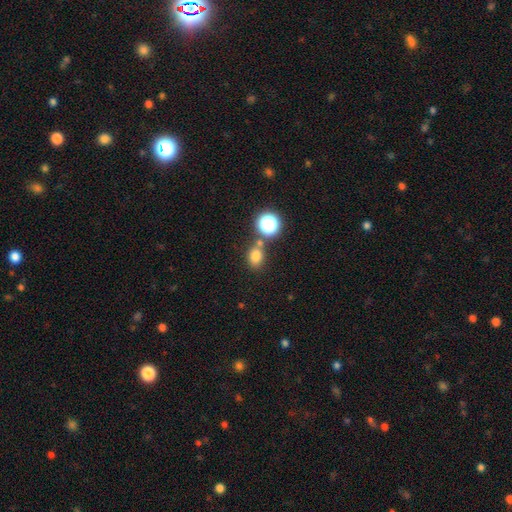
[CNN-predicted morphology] The model was most divided on "how rounded": round: 50%, in between: 48%, cigar-shaped: 1%. More confident: smooth or featured — smooth (75%); merging — none (67%).